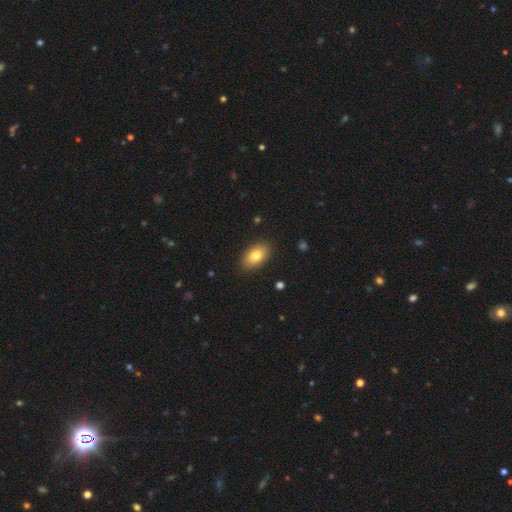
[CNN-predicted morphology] Overall: smooth (79%). How rounded: in between (91%). Merging: none (88%).